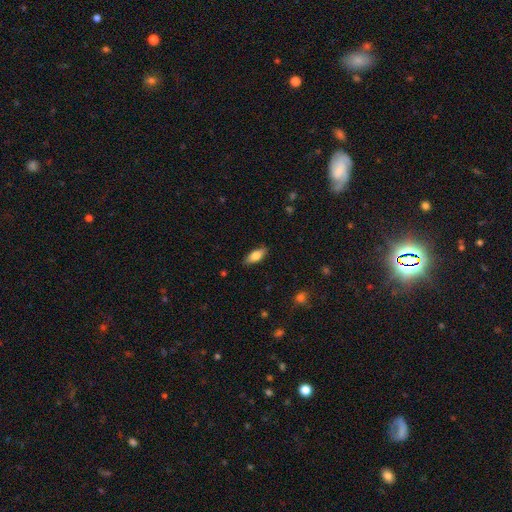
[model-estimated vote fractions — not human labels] A smooth galaxy with no disk features (74%) that is in between round and cigar-shaped (74%). Merging: none (86%).